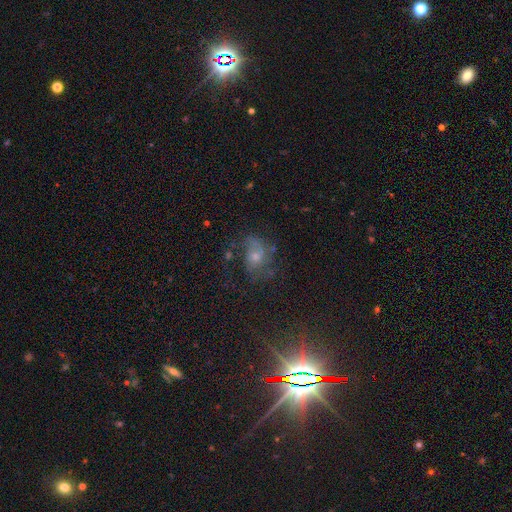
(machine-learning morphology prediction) smooth_or_featured: featured or disk (p=0.49) [alt: smooth p=0.30]
merging: none (p=0.47) [alt: major disturbance p=0.26]